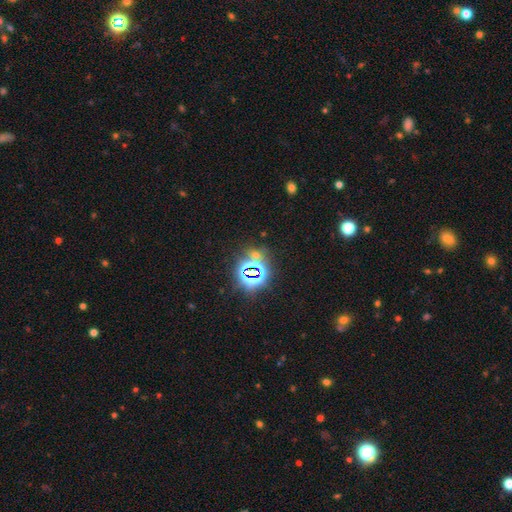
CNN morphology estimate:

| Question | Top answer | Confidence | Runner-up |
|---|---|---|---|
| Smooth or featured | star or artifact | 73% | smooth (18%) |